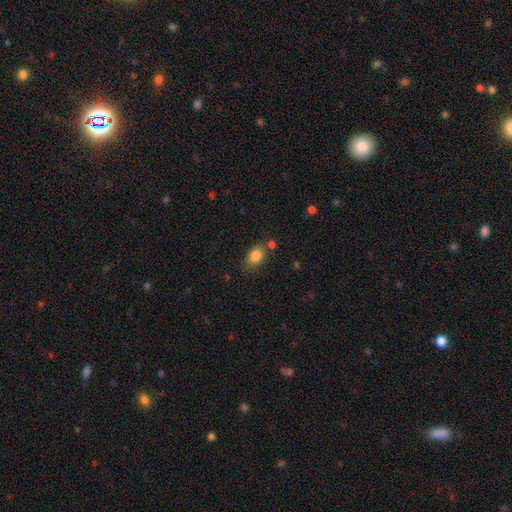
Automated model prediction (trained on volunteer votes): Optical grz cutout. It shows a smooth galaxy with no disk features (83%) that is in between round and cigar-shaped (75%). Merging: none (69%).